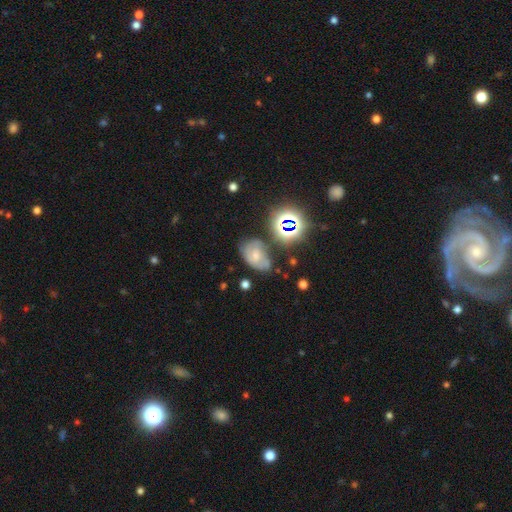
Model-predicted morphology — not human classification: Smooth or featured? Predicted: featured or disk (p=0.42). Merging? Predicted: none (p=0.54).